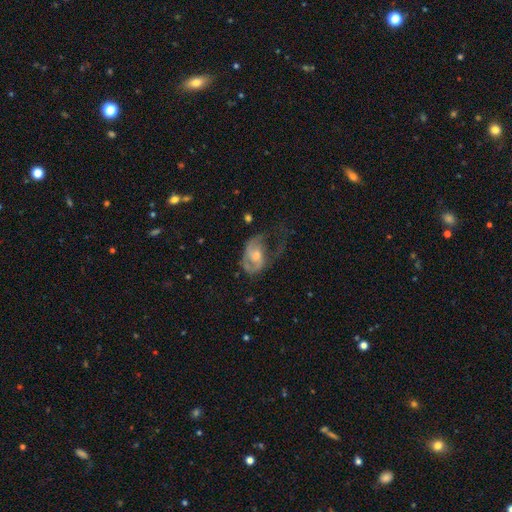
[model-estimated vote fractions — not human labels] smooth-or-featured: featured or disk: 64% | smooth: 30% | star or artifact: 7%
  disk-edge-on: no: 96% | yes: 4%
    bar: no: 61% | weak: 33% | strong: 7%
    has-spiral-arms: yes: 71% | no: 29%
    bulge-size: moderate: 59% | small: 30% | large: 6% | none: 4% | dominant: 1%
  merging: major disturbance: 49% | none: 25% | minor disturbance: 23% | merger: 3%